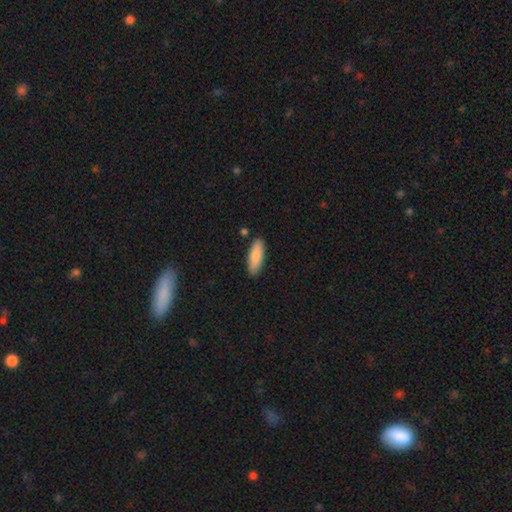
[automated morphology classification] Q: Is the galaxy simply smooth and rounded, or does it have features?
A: smooth — 86%.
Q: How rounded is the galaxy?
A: in between — 55%.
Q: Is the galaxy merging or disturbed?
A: none — 86%.